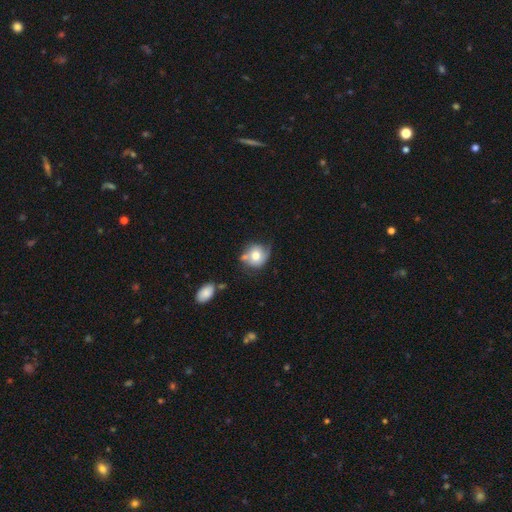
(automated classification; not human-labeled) smooth-or-featured: smooth: 65% | featured or disk: 28% | star or artifact: 8%
  how-rounded: round: 79% | in between: 20% | cigar-shaped: 1%
  merging: none: 46% | minor disturbance: 30% | major disturbance: 12% | merger: 12%